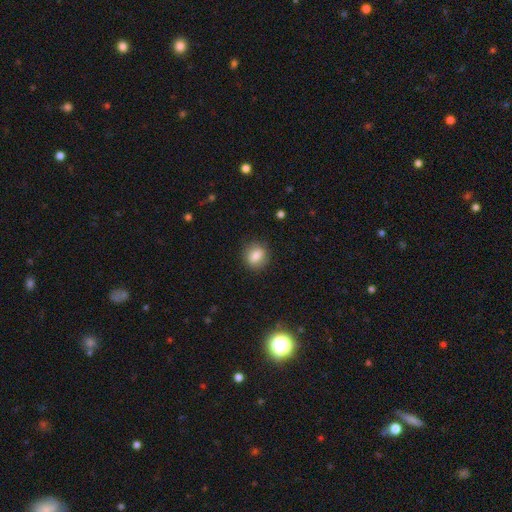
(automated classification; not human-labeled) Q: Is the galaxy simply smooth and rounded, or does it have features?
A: smooth — 81%.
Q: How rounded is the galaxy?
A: round — 73%.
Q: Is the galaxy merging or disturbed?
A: none — 87%.